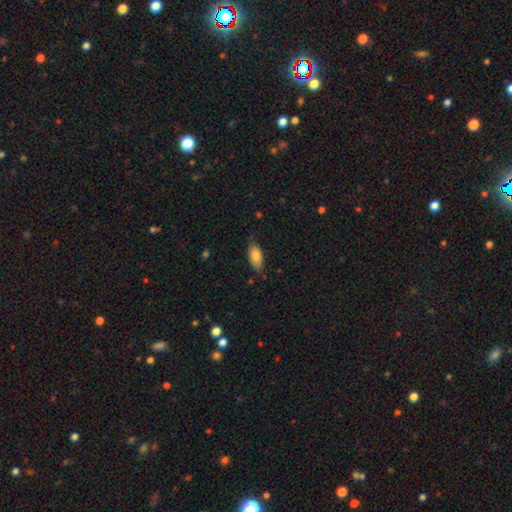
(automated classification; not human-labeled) smooth_or_featured: smooth (p=0.83) [alt: featured or disk p=0.10]
how_rounded: in between (p=0.89) [alt: cigar-shaped p=0.09]
merging: none (p=0.75) [alt: minor disturbance p=0.21]